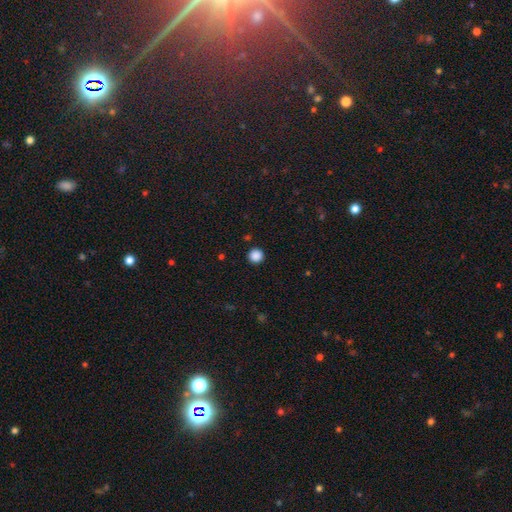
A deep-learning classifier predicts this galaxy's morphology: Overall: smooth (87%). How rounded: round (95%). Merging: none (92%).